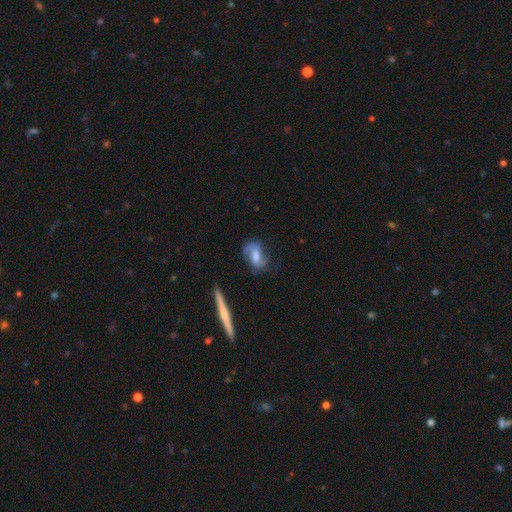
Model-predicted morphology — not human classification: Smooth or featured? Predicted: featured or disk (p=0.70). Edge-on disk? Predicted: no (p=0.94). Bar? Predicted: weak (p=0.44). Spiral arms? Predicted: yes (p=0.90). Spiral winding? Predicted: medium (p=0.45). Spiral arm count? Predicted: 2 (p=0.78). Bulge size? Predicted: moderate (p=0.55). Merging? Predicted: none (p=0.60).